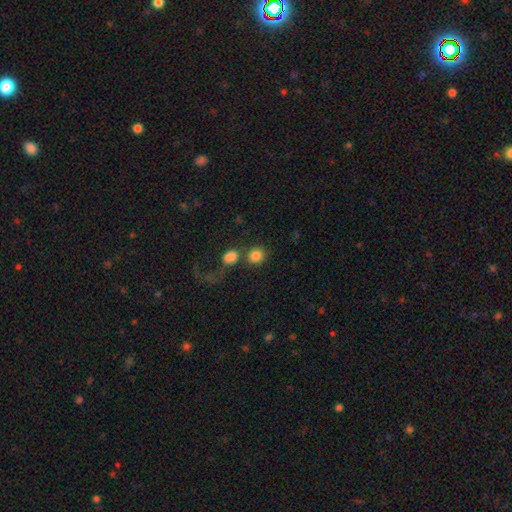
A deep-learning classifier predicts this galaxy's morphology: The model was most divided on "merging": none: 54%, merger: 30%, minor disturbance: 9%, major disturbance: 7%. More confident: smooth or featured — smooth (83%); how rounded — round (82%).